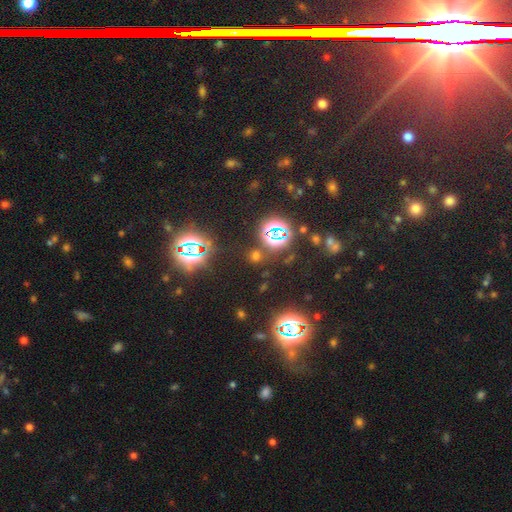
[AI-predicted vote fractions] Smooth or featured? star or artifact (56%)